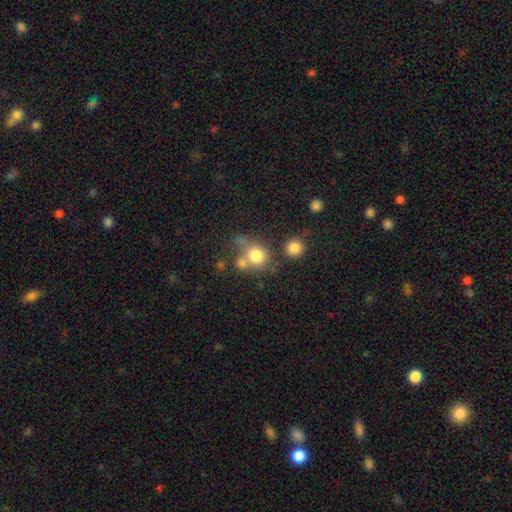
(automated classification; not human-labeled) Smooth or featured? Predicted: smooth (p=0.76). How rounded? Predicted: round (p=0.80). Merging? Predicted: none (p=0.46).